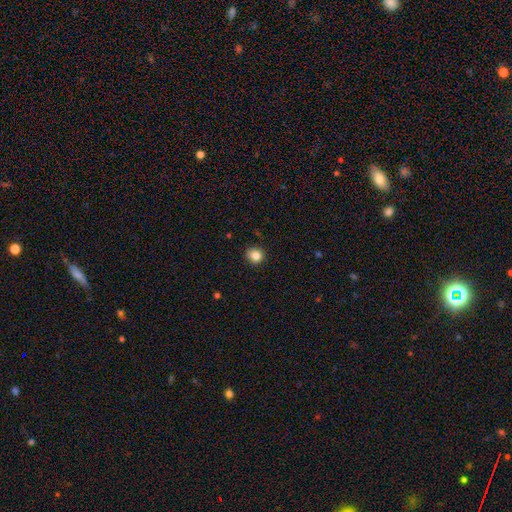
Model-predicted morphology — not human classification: type=smooth (84%); roundness=round (90%); merging=none (89%).